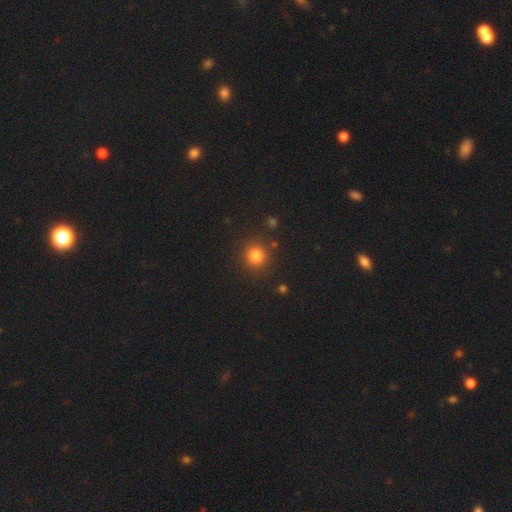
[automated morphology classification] This is clearly a smooth galaxy (81%). How rounded: clearly round (89%). Merging: clearly none (87%).